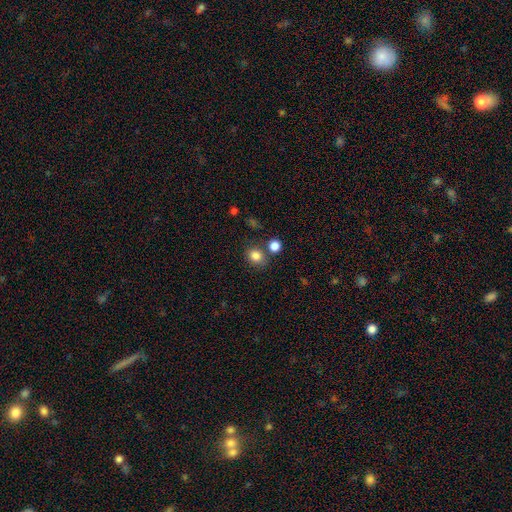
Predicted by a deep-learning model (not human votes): Smooth or featured? Predicted: smooth (p=0.83). How rounded? Predicted: round (p=0.69). Merging? Predicted: none (p=0.72).